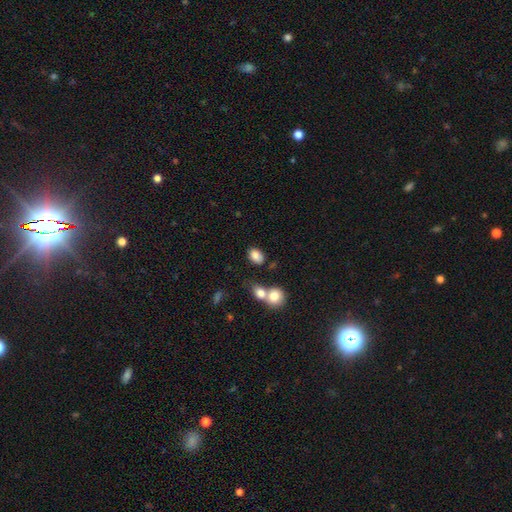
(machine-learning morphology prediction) This appears to be a smooth galaxy with no disk features (85%) that is in between round and cigar-shaped (83%). Merging: none (67%).